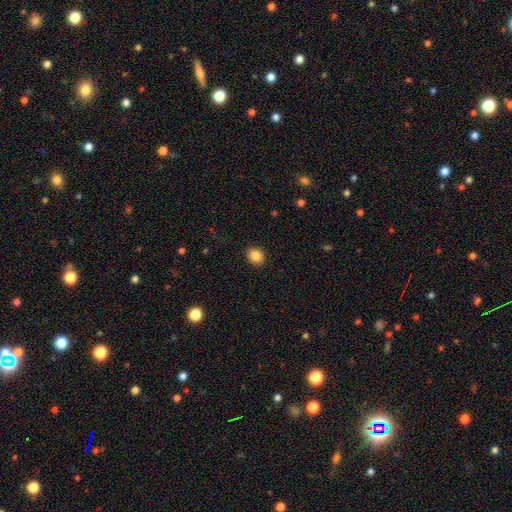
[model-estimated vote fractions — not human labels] smooth 86%, star or artifact 10%, featured or disk 5%. Down the decision tree: how rounded — round (80%); merging — none (92%).